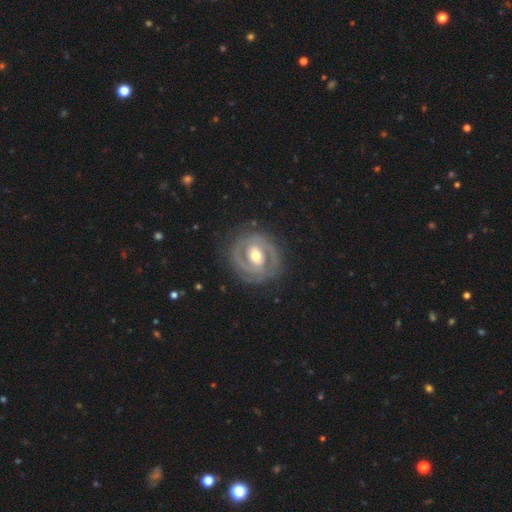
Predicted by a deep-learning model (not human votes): featured or disk 87%, smooth 9%, star or artifact 4%. Down the decision tree: edge-on disk — no (97%); bar — weak (40%); spiral arms — yes (89%); spiral arm count — 2 (70%); spiral winding — tight (66%); bulge size — moderate (74%); merging — none (81%).